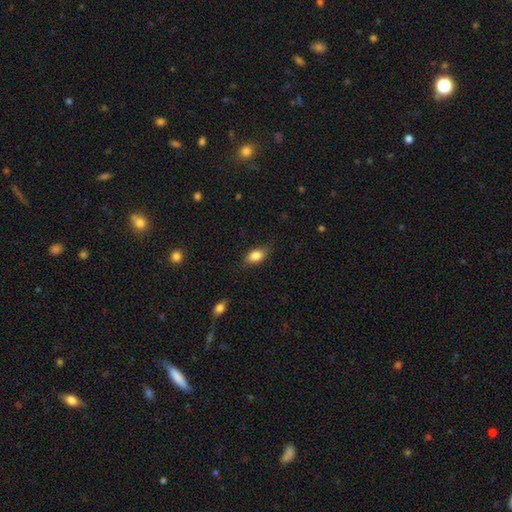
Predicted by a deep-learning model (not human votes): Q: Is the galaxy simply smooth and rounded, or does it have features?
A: smooth — 82%.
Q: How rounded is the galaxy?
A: in between — 83%.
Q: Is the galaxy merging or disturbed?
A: none — 73%.